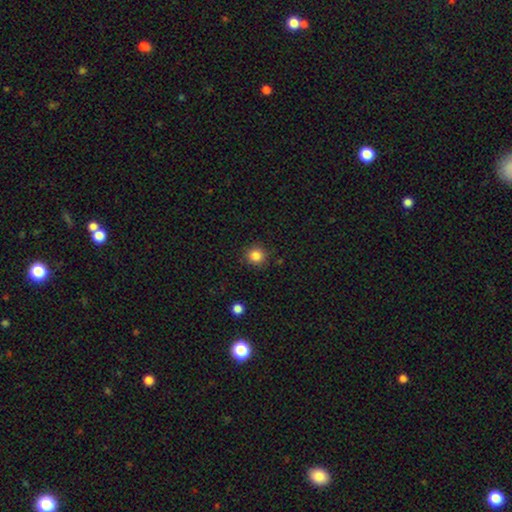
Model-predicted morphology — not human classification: Smooth or featured? smooth (84%)
How rounded? round (94%)
Merging? none (89%)